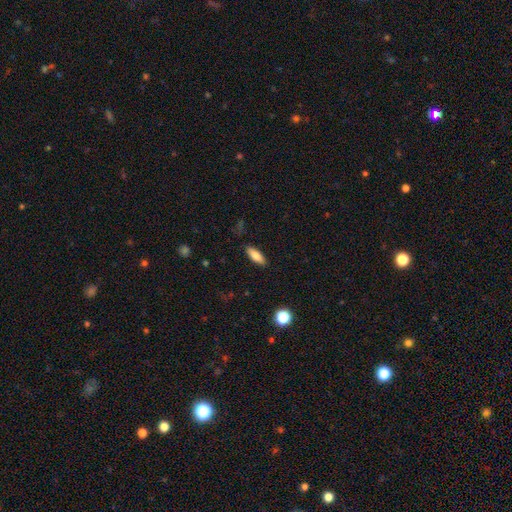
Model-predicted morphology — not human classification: Smooth or featured: smooth — 78% (featured or disk — 15%)
How rounded: in between — 65% (cigar-shaped — 33%)
Merging: none — 88% (minor disturbance — 9%)